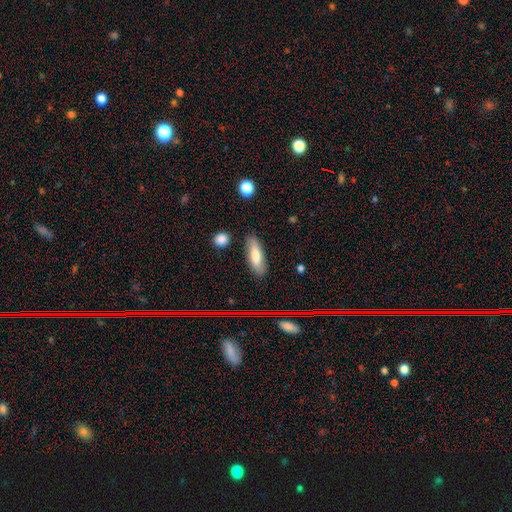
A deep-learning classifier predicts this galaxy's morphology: Smooth or featured? smooth (72%)
How rounded? cigar-shaped (49%, tied with in between)
Merging? none (82%)